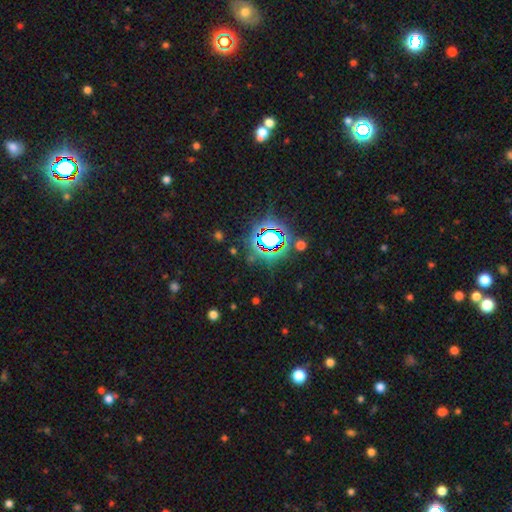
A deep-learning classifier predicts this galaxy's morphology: smooth_or_featured: star or artifact (p=0.82) [alt: smooth p=0.11]